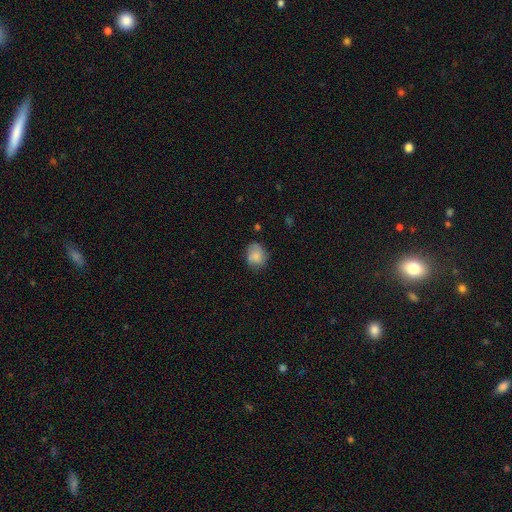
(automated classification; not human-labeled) Overall: smooth (79%). How rounded: round (65%; in between 34%). Merging: none (70%).